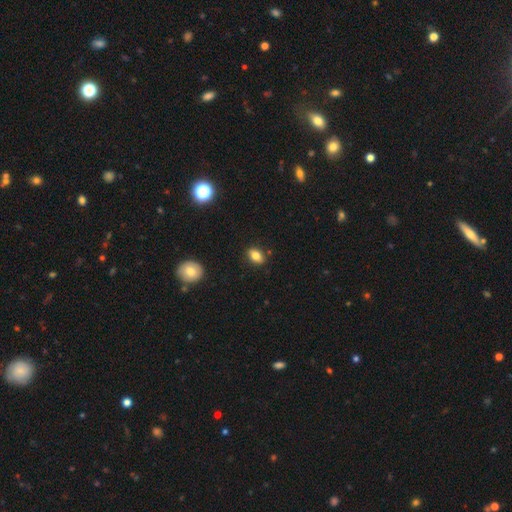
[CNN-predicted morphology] smooth-or-featured: smooth: 82% | star or artifact: 10% | featured or disk: 8%
  how-rounded: in between: 83% | round: 14% | cigar-shaped: 3%
  merging: none: 86% | minor disturbance: 10% | major disturbance: 2% | merger: 2%